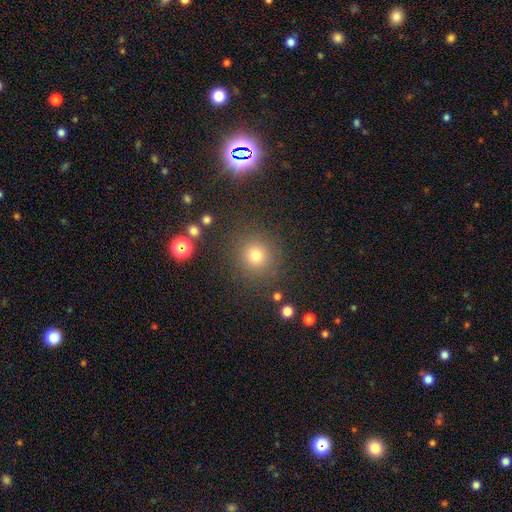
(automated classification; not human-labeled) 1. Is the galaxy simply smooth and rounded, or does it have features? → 75% smooth, 17% star or artifact, 8% featured or disk.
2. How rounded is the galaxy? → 92% round, 7% in between, 1% cigar-shaped.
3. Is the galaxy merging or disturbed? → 86% none, 8% minor disturbance, 4% major disturbance, 2% merger.